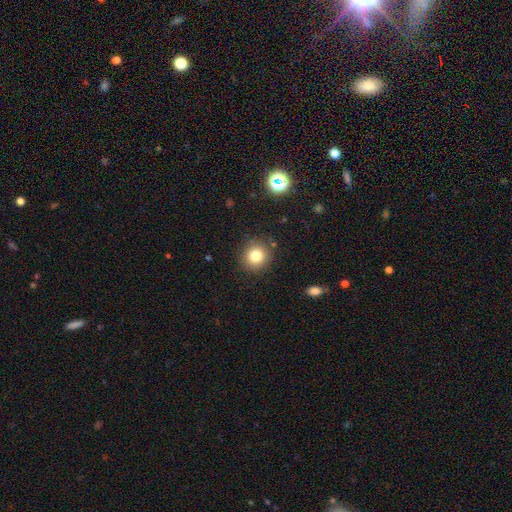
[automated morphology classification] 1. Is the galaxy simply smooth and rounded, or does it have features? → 80% smooth, 13% star or artifact, 8% featured or disk.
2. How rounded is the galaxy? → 90% round, 9% in between, 1% cigar-shaped.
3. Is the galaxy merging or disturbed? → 88% none, 7% minor disturbance, 3% major disturbance, 2% merger.